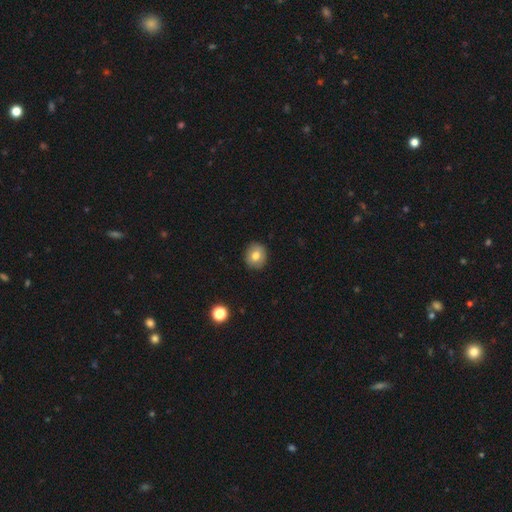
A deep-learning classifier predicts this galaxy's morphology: This appears to be a smooth galaxy with no disk features (78%) that is round (80%). Merging: none (90%).